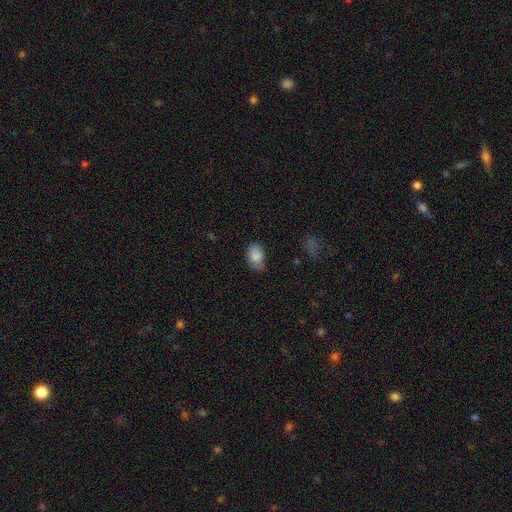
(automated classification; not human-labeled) Overall: smooth (86%). How rounded: in between (82%). Merging: none (58%; minor disturbance 33%).